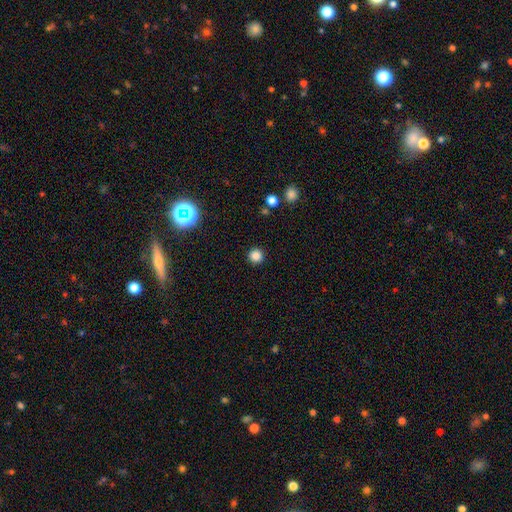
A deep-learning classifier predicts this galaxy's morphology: smooth 83%, star or artifact 13%, featured or disk 3%. Down the decision tree: how rounded — round (96%); merging — none (92%).